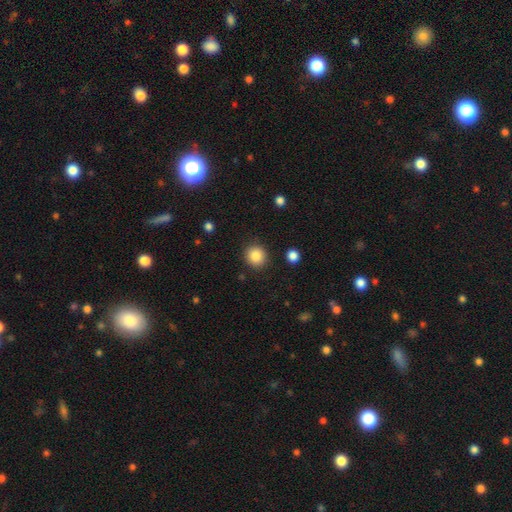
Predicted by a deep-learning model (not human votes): The model was most divided on "smooth or featured": smooth: 86%, star or artifact: 9%, featured or disk: 5%. More confident: how rounded — round (90%); merging — none (89%).